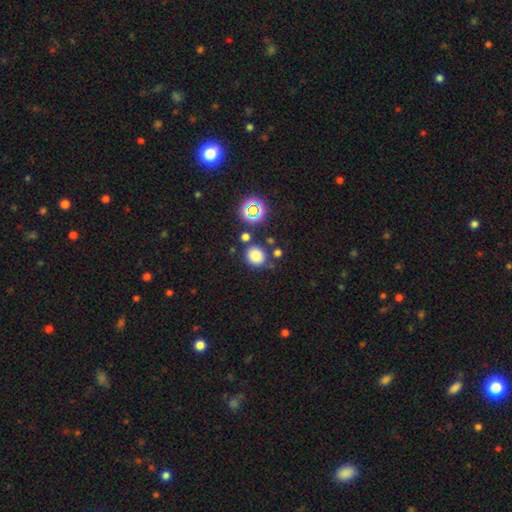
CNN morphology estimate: smooth 78%, star or artifact 16%, featured or disk 5%. Down the decision tree: how rounded — round (79%); merging — none (75%).